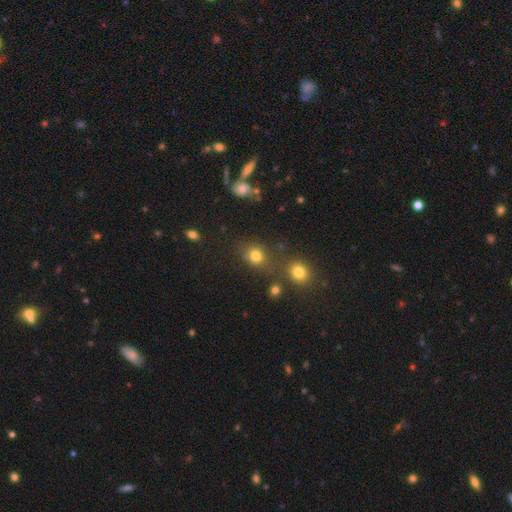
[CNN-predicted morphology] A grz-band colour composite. It shows a smooth galaxy with no disk features (77%) that is round (69%). Merging: none (68%).